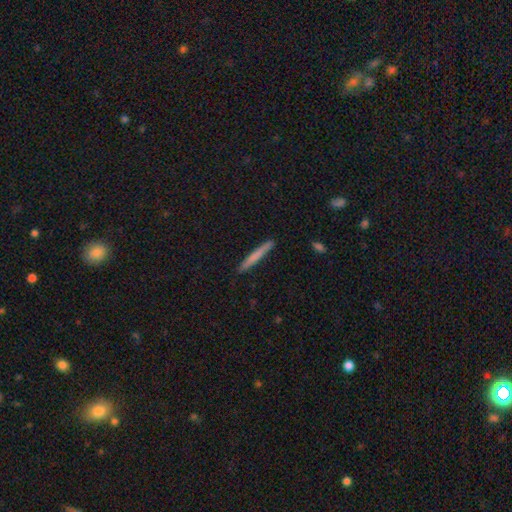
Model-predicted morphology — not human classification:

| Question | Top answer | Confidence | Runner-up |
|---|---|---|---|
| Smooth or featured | smooth | 70% | featured or disk (24%) |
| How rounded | cigar-shaped | 97% | in between (2%) |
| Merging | none | 91% | minor disturbance (6%) |